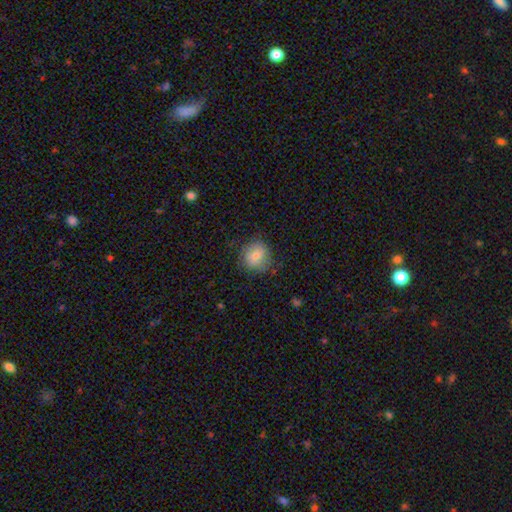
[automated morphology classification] Smooth or featured?
  - smooth: 79% *
  - featured or disk: 13%
  - star or artifact: 9%
How rounded?
  - round: 84% *
  - in between: 15%
  - cigar-shaped: 1%
Merging?
  - none: 77% *
  - minor disturbance: 17%
  - major disturbance: 5%
  - merger: 1%